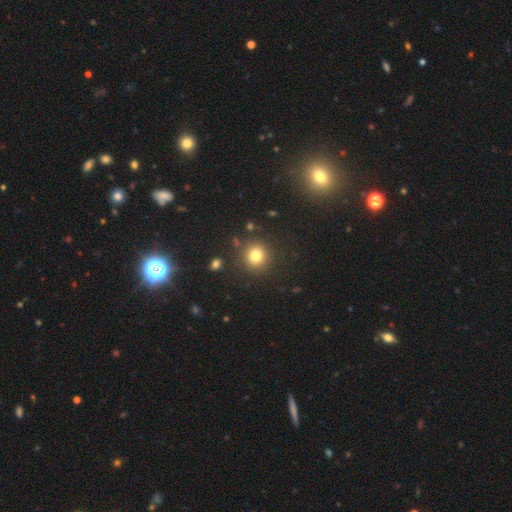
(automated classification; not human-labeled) Overall: smooth (79%). How rounded: round (88%). Merging: none (86%).